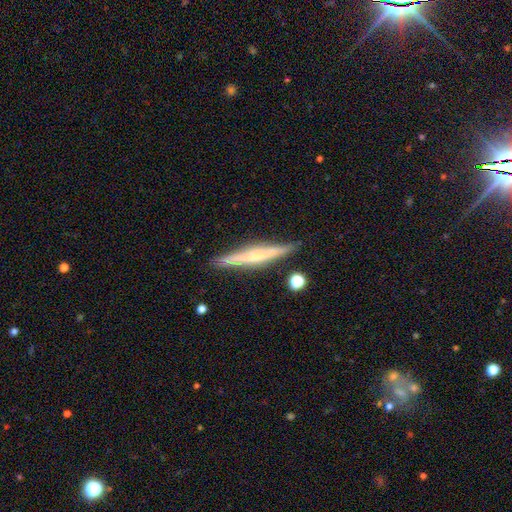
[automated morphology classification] A featured or disk galaxy (61%) viewed edge-on (96%) with a rounded central bulge (47%). Merging: none (86%).